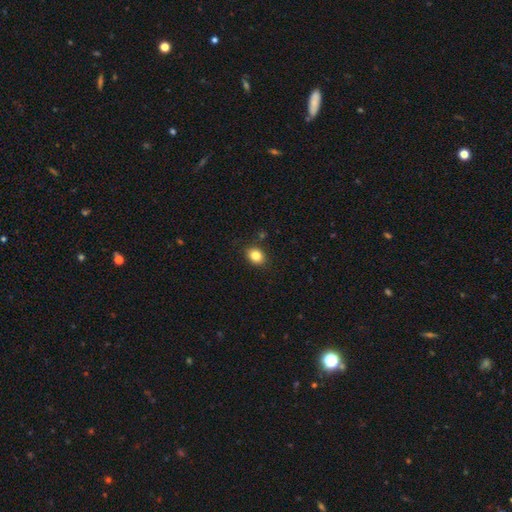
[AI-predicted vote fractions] Morphology: type=smooth (84%); roundness=in between (53%); merging=none (86%).